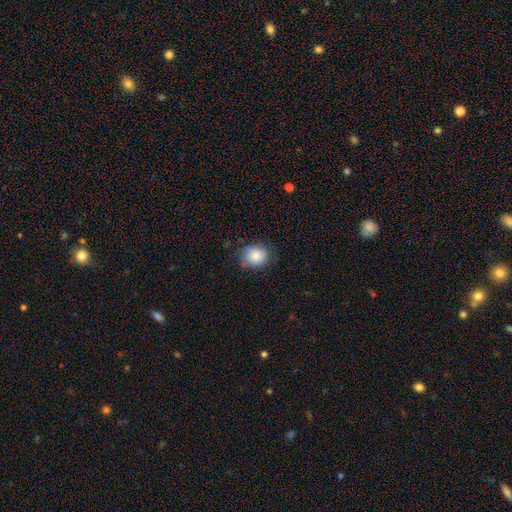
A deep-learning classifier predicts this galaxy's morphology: A smooth galaxy with no disk features (85%) that is round (66%).

Vote fractions:
- Smooth or featured? smooth: 85% / star or artifact: 8% / featured or disk: 7%
- How rounded? round: 66% / in between: 33% / cigar-shaped: 1%
- Merging? none: 76% / minor disturbance: 19% / major disturbance: 4% / merger: 1%